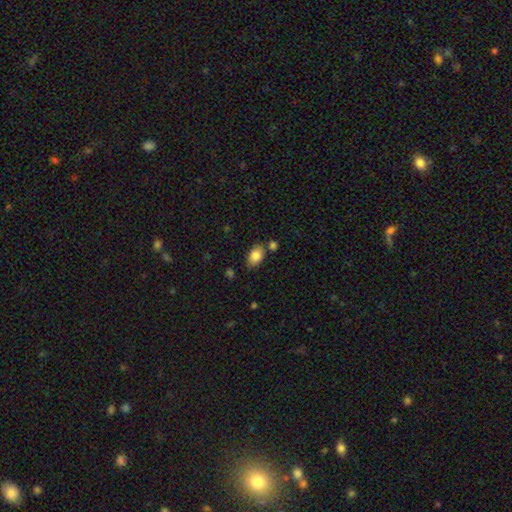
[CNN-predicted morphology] The model was most divided on "merging": none: 73%, minor disturbance: 15%, merger: 9%, major disturbance: 3%. More confident: how rounded — in between (86%); smooth or featured — smooth (84%).